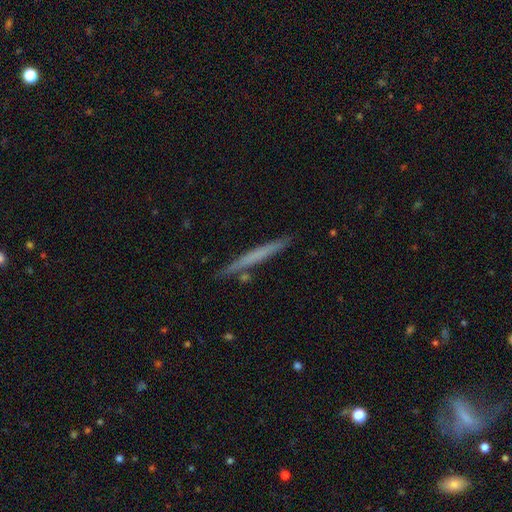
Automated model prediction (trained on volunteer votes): smooth_or_featured: smooth (p=0.51) [alt: featured or disk p=0.43]
how_rounded: cigar-shaped (p=0.97) [alt: in between p=0.02]
merging: none (p=0.87) [alt: minor disturbance p=0.09]